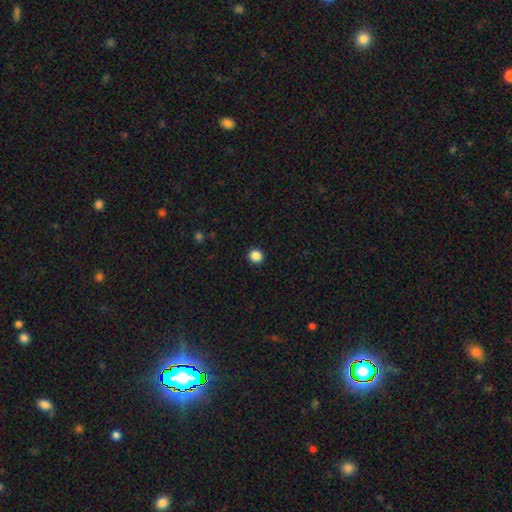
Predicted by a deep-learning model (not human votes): Smooth or featured: smooth — 87% (star or artifact — 11%)
How rounded: round — 90% (in between — 10%)
Merging: none — 93% (minor disturbance — 5%)